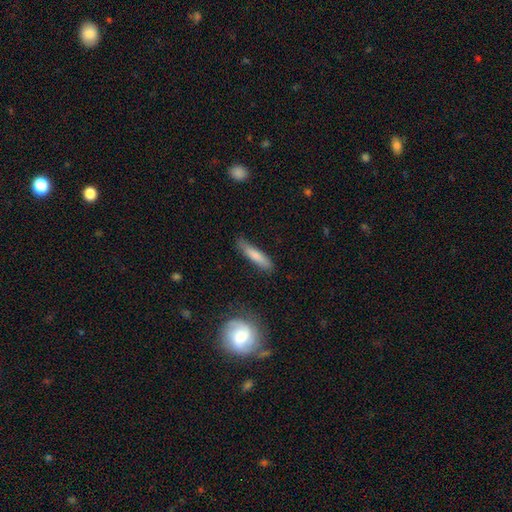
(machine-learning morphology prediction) smooth 76%, featured or disk 18%, star or artifact 6%. Down the decision tree: how rounded — cigar-shaped (83%); merging — none (77%).